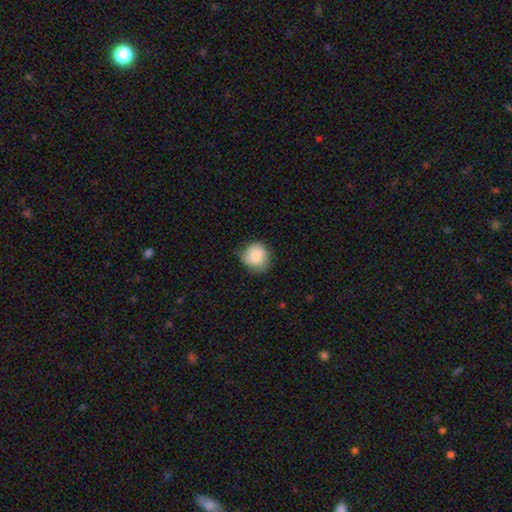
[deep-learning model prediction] Smooth or featured? Predicted: smooth (p=0.78). How rounded? Predicted: round (p=0.81). Merging? Predicted: none (p=0.61).